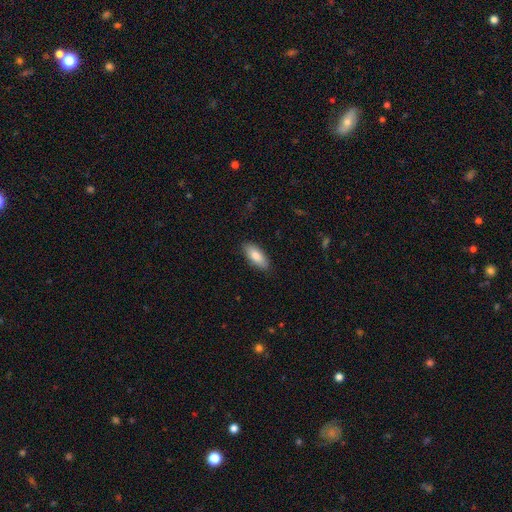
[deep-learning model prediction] smooth_or_featured: smooth (p=0.83) [alt: featured or disk p=0.11]
how_rounded: in between (p=0.82) [alt: cigar-shaped p=0.16]
merging: none (p=0.87) [alt: minor disturbance p=0.10]